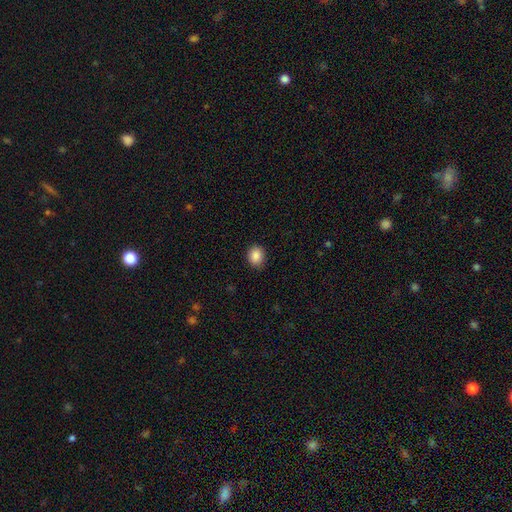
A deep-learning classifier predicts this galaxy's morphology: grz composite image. It shows a smooth galaxy with no disk features (87%) that is round (62%). Merging: none (86%).